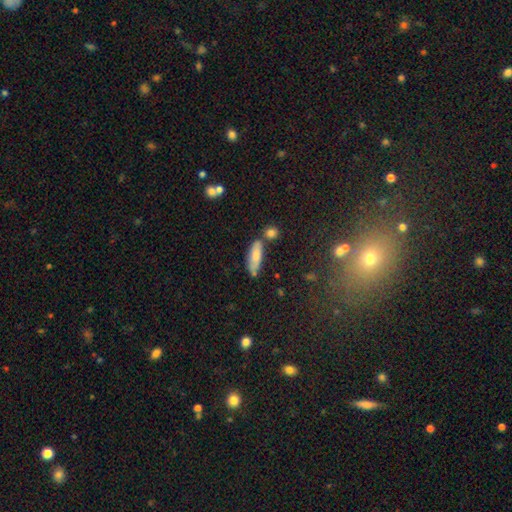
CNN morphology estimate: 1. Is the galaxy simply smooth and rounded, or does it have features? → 75% smooth, 18% featured or disk, 7% star or artifact.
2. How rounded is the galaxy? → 59% in between, 39% cigar-shaped, 2% round.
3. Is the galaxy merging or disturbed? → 65% none, 17% minor disturbance, 14% merger, 4% major disturbance.